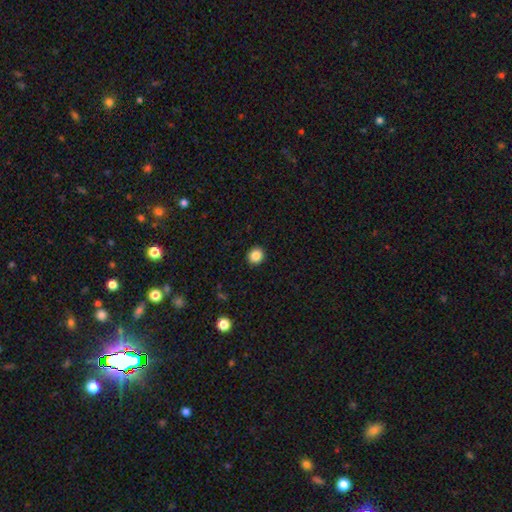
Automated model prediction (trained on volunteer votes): Q: Smooth or featured?
A: smooth (86%); runner-up: star or artifact (10%)
Q: How rounded?
A: round (87%); runner-up: in between (12%)
Q: Merging?
A: none (93%); runner-up: minor disturbance (5%)